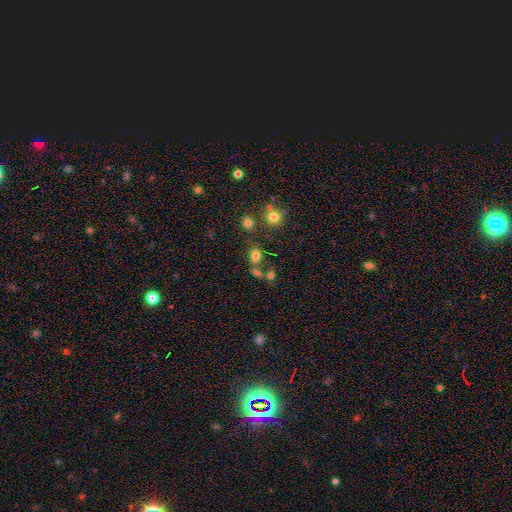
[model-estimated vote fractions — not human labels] smooth-or-featured: smooth: 75% | star or artifact: 16% | featured or disk: 9%
  how-rounded: in between: 57% | round: 41% | cigar-shaped: 2%
  merging: none: 62% | merger: 19% | minor disturbance: 13% | major disturbance: 6%